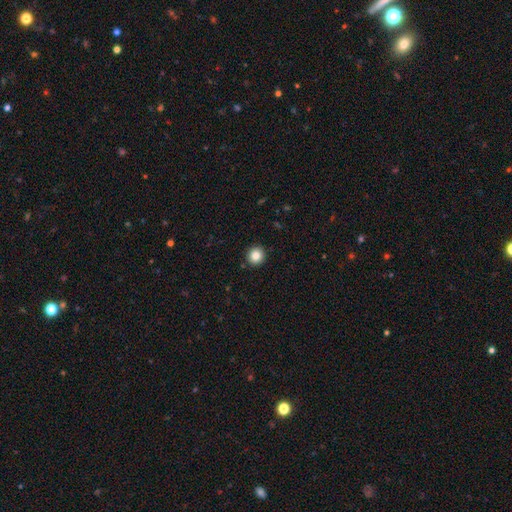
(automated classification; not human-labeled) Overall: smooth (85%). How rounded: round (93%). Merging: none (92%).